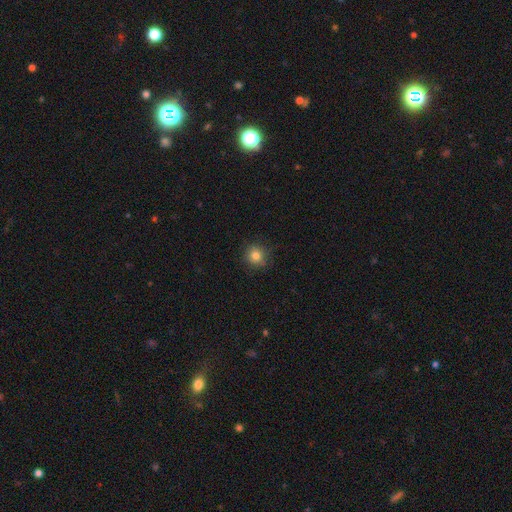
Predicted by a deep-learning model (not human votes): A smooth galaxy with no disk features (81%) that is round (88%). Merging: none (84%).